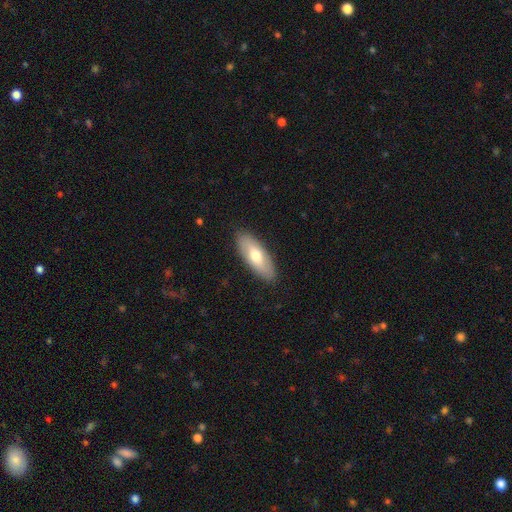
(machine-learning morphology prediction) Q: Smooth or featured?
A: smooth (66%); runner-up: featured or disk (29%)
Q: How rounded?
A: in between (74%); runner-up: cigar-shaped (23%)
Q: Merging?
A: none (88%); runner-up: minor disturbance (9%)